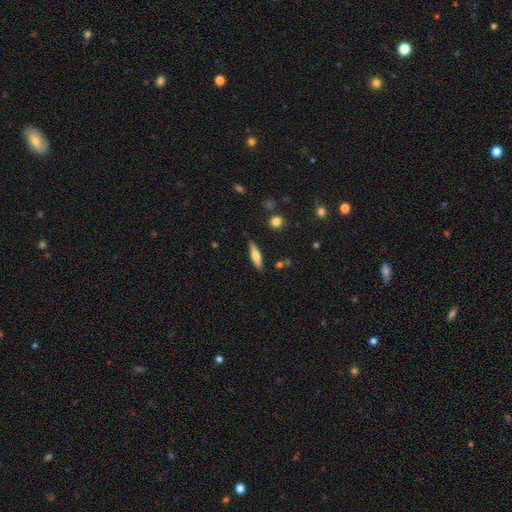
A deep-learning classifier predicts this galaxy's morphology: This appears to be a smooth galaxy with no disk features (58%) that is cigar-shaped (72%). Merging: none (87%).